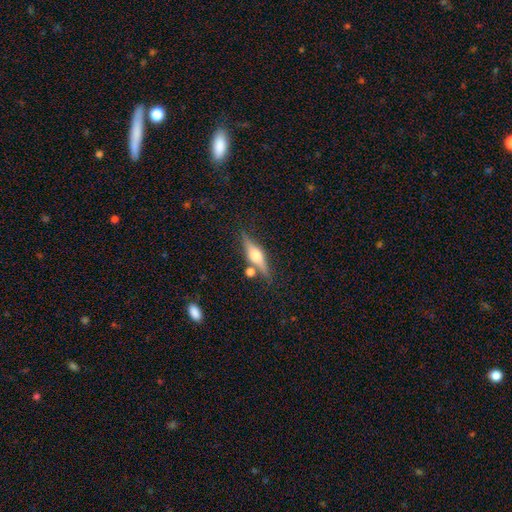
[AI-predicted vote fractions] Morphology: type=featured or disk (69%); edge-on=yes (95%); edge-on bulge=rounded (93%); merging=none (76%).